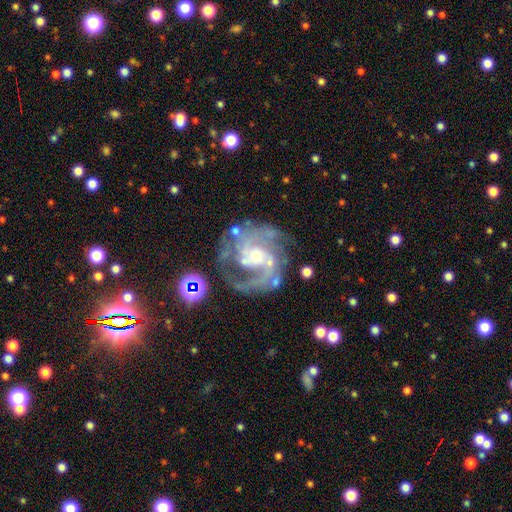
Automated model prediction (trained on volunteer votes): A featured or disk galaxy (90%) with no bar (50%), 2 (66%) medium (53%) spiral arms (97%) and a moderate central bulge (37%).

Vote fractions:
- Smooth or featured? featured or disk: 90% / star or artifact: 6% / smooth: 4%
- Edge-on disk? no: 98% / yes: 2%
- Bar? no: 50% / weak: 39% / strong: 12%
- Spiral arms? yes: 97% / no: 3%
- Spiral winding? medium: 53% / tight: 34% / loose: 13%
- Spiral arm count? 2: 66% / 3: 13% / can't tell: 9% / 1: 5% / 4: 4% / more than 4: 4%
- Bulge size? moderate: 37% / small: 36% / none: 16% / large: 9% / dominant: 2%
- Merging? none: 67% / minor disturbance: 17% / major disturbance: 12% / merger: 4%